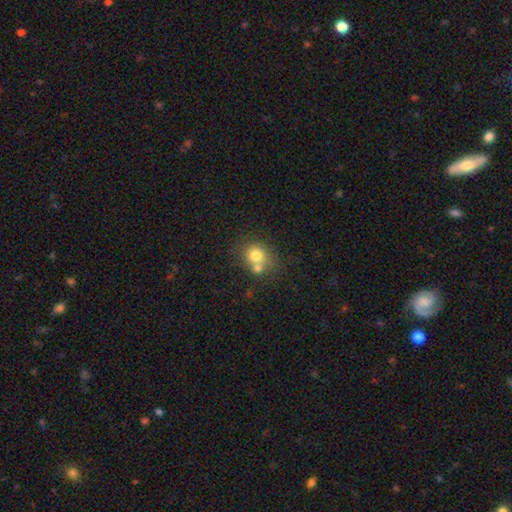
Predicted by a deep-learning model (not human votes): Smooth or featured? Predicted: smooth (p=0.74). How rounded? Predicted: round (p=0.75). Merging? Predicted: none (p=0.45).